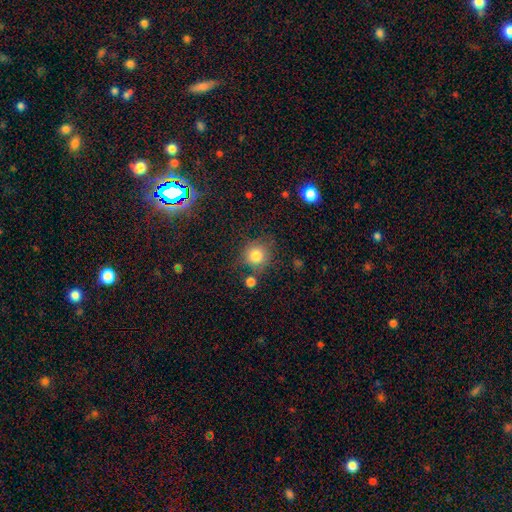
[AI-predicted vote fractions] The model was most divided on "merging": none: 73%, minor disturbance: 14%, merger: 8%, major disturbance: 5%. More confident: how rounded — round (90%); smooth or featured — smooth (81%).